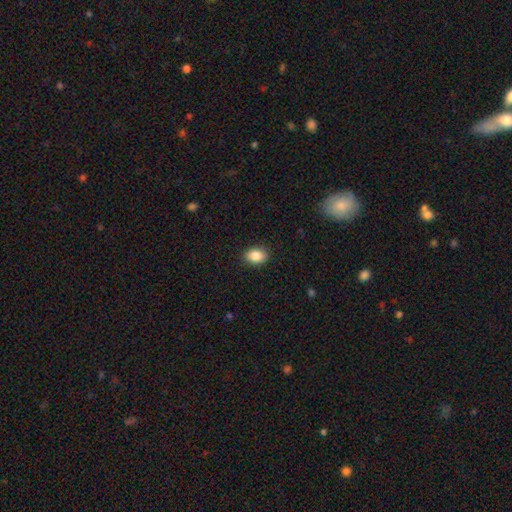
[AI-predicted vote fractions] smooth 87%, star or artifact 8%, featured or disk 5%. Down the decision tree: how rounded — in between (79%); merging — none (89%).